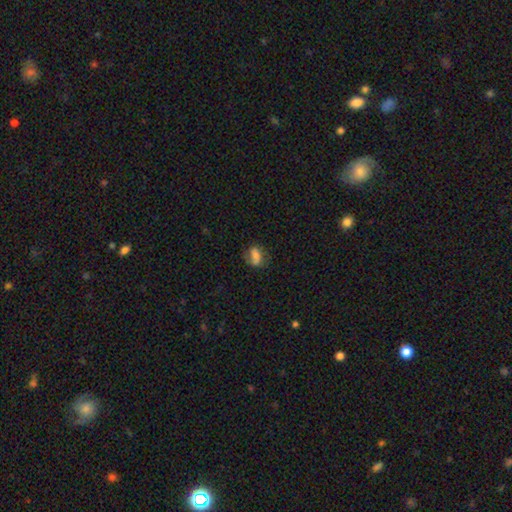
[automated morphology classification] Smooth or featured?
  - smooth: 59% *
  - featured or disk: 31%
  - star or artifact: 10%
How rounded?
  - in between: 76% *
  - round: 19%
  - cigar-shaped: 5%
Merging?
  - none: 58% *
  - minor disturbance: 24%
  - major disturbance: 14%
  - merger: 4%